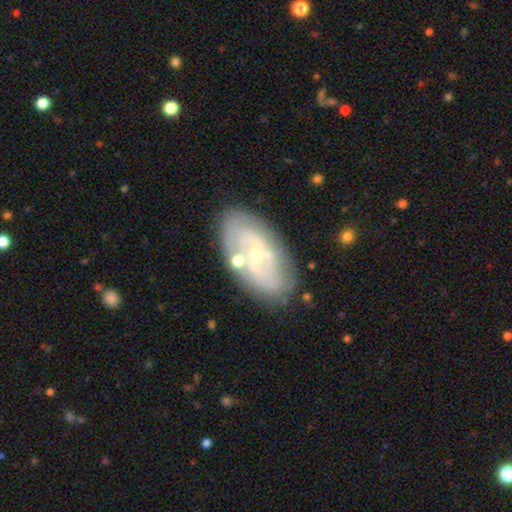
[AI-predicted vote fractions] This appears to be a featured or disk galaxy (74%) with a weak bar (43%), spiral arms (71%) and a small central bulge (65%). Merging: none (76%).